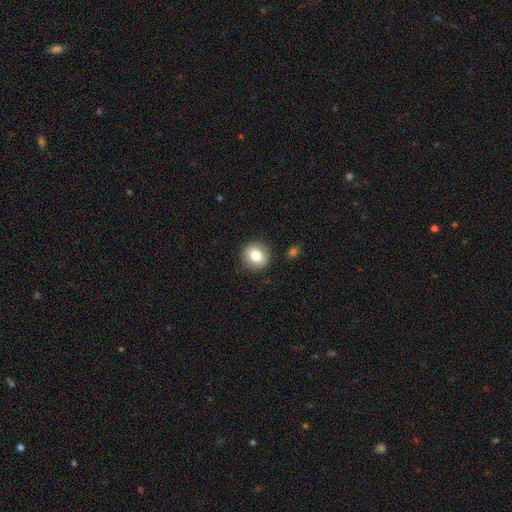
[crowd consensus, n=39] A smooth galaxy with no disk features (95%) that is round (97%).

Vote fractions:
- Smooth or featured? smooth: 95% / featured or disk: 5% / star or artifact: 0%
- How rounded? round: 97% / in between: 3% / cigar-shaped: 0%
- Merging? none: 95% / minor disturbance: 3% / major disturbance: 3% / merger: 0%